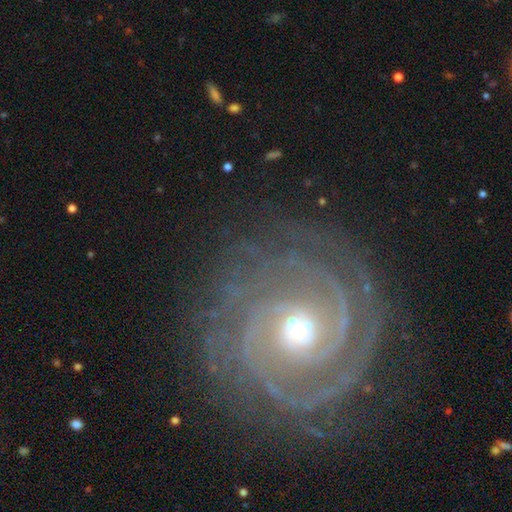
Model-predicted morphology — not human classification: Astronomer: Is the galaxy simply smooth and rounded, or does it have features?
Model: featured or disk — 90%.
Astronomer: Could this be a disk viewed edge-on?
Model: no — 97%.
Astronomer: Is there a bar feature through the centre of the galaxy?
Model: no — 65%.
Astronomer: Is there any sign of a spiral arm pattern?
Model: yes — 98%.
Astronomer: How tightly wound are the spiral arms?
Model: tight — 84%.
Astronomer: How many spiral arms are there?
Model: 2 — 31% (runner-up: 3, 22%).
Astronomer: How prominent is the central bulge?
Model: moderate — 68%.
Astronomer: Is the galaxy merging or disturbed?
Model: none — 81%.